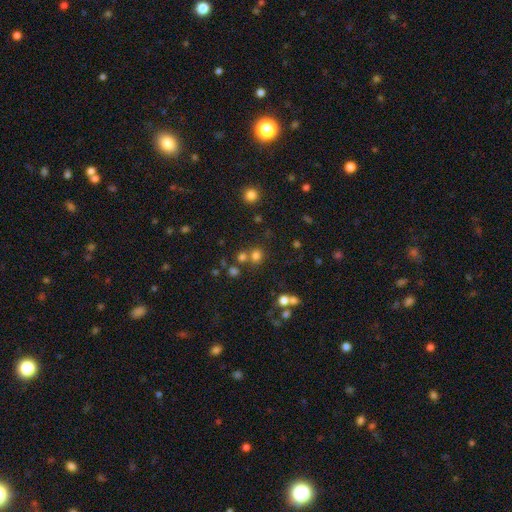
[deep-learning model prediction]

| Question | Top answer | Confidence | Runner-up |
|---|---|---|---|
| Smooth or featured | smooth | 72% | star or artifact (21%) |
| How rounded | round | 89% | in between (10%) |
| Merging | none | 68% | merger (21%) |